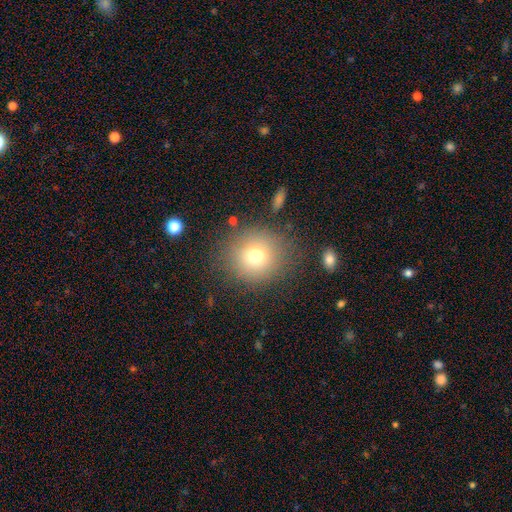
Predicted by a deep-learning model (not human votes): smooth-or-featured: smooth: 73% | star or artifact: 15% | featured or disk: 13%
  how-rounded: round: 87% | in between: 12% | cigar-shaped: 1%
  merging: none: 82% | minor disturbance: 10% | major disturbance: 5% | merger: 3%